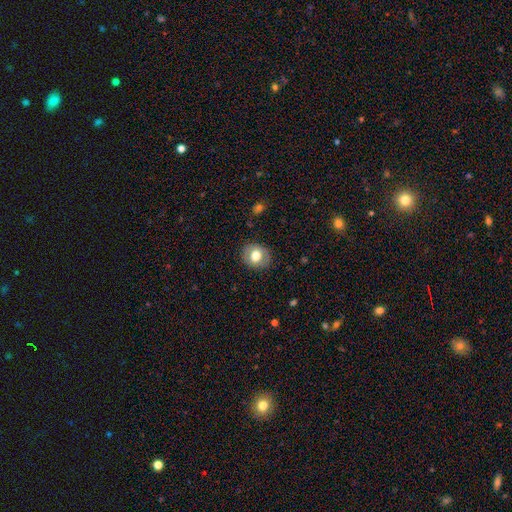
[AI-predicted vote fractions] Smooth or featured: smooth — 66% (featured or disk — 27%)
How rounded: round — 67% (in between — 32%)
Merging: none — 85% (minor disturbance — 11%)